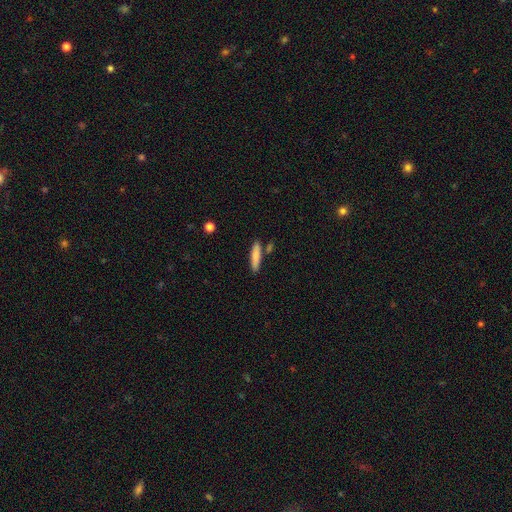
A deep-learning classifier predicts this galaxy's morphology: A smooth galaxy with no disk features (81%) that is cigar-shaped (80%). Merging: none (81%).